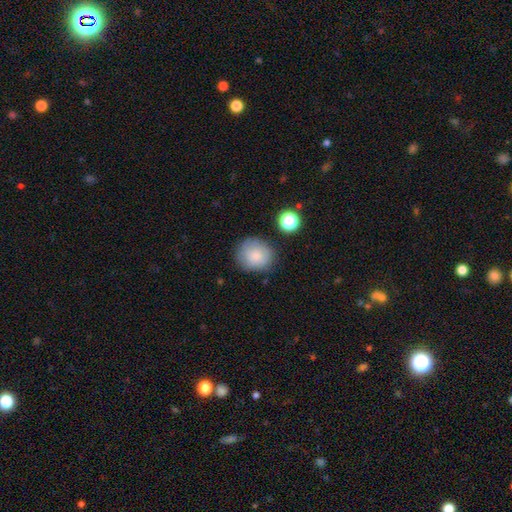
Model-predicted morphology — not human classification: The model was most divided on "merging": none: 75%, minor disturbance: 16%, major disturbance: 5%, merger: 4%. More confident: how rounded — round (85%); smooth or featured — smooth (79%).